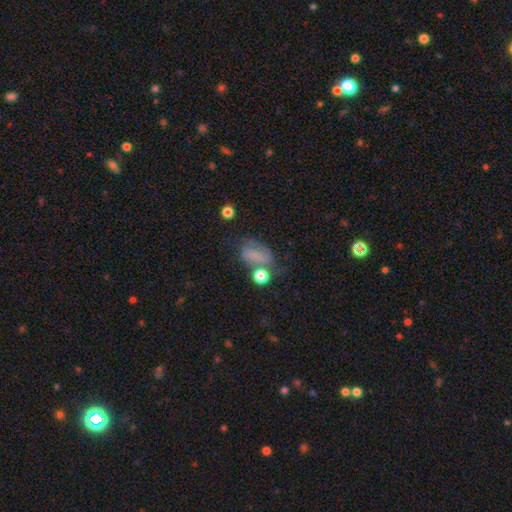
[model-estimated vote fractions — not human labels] smooth 52%, featured or disk 31%, star or artifact 17%. Down the decision tree: how rounded — in between (72%); merging — none (43%).